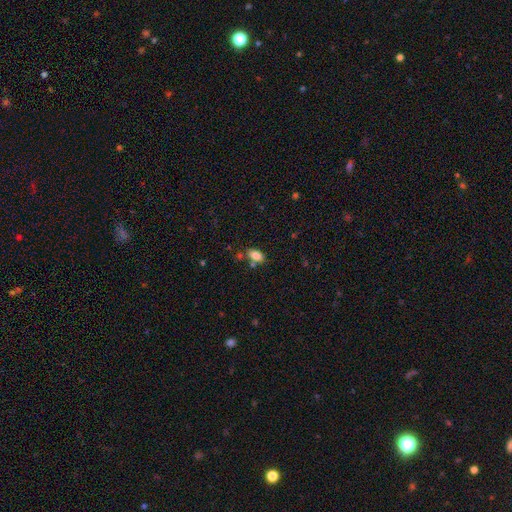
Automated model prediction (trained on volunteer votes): Morphology: type=smooth (84%); roundness=in between (91%); merging=none (71%).